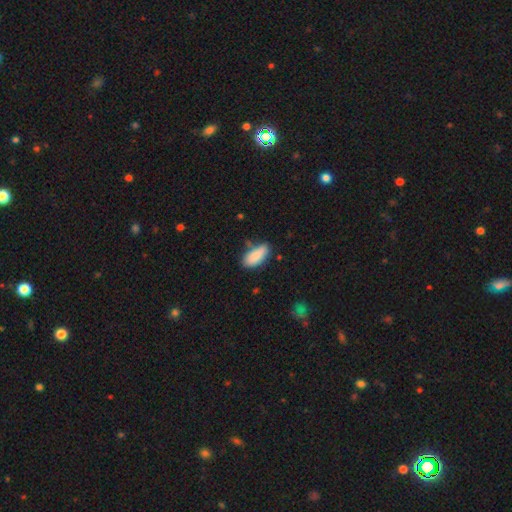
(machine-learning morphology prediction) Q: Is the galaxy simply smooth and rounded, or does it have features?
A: smooth — 88%.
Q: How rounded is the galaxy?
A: in between — 88%.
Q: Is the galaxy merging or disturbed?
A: none — 67%.